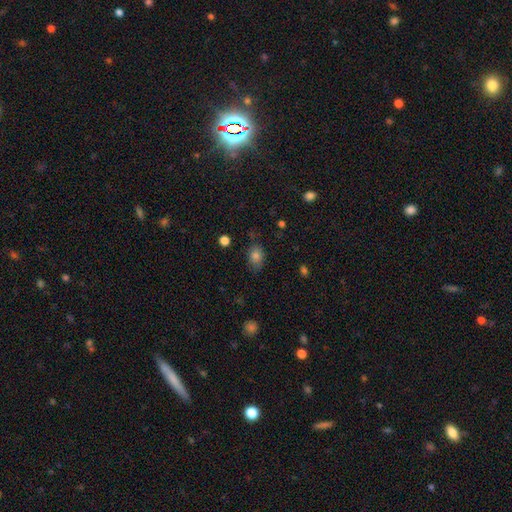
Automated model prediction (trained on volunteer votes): Morphology: type=smooth (81%); roundness=in between (78%); merging=none (74%).